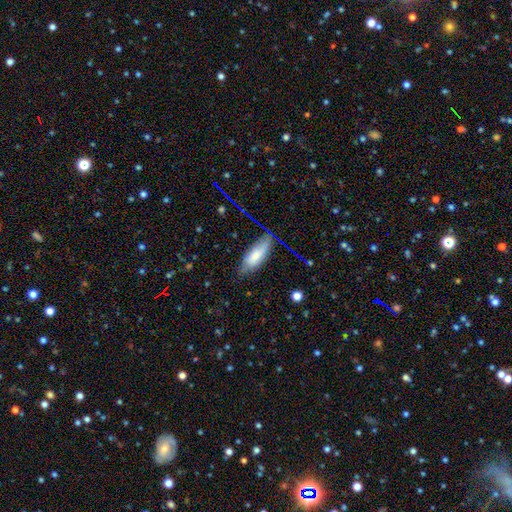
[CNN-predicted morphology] The model was most divided on "how rounded": in between: 64%, cigar-shaped: 34%, round: 2%. More confident: smooth or featured — smooth (76%); merging — none (71%).